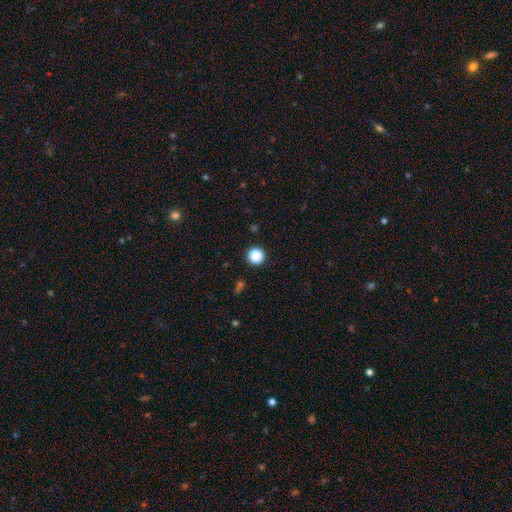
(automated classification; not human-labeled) A smooth galaxy with no disk features (88%) that is round (96%).

Vote fractions:
- Smooth or featured? smooth: 88% / star or artifact: 10% / featured or disk: 2%
- How rounded? round: 96% / in between: 3% / cigar-shaped: 1%
- Merging? none: 93% / minor disturbance: 4% / major disturbance: 2% / merger: 1%